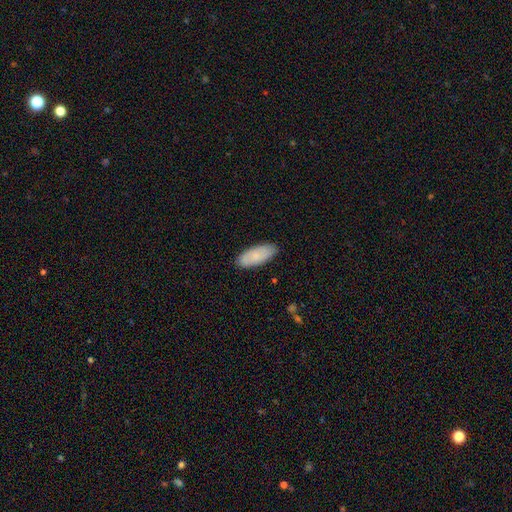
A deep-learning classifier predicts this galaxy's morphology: Smooth or featured?
  - smooth: 81% *
  - featured or disk: 13%
  - star or artifact: 6%
How rounded?
  - in between: 83% *
  - cigar-shaped: 16%
  - round: 2%
Merging?
  - none: 86% *
  - minor disturbance: 11%
  - major disturbance: 2%
  - merger: 1%